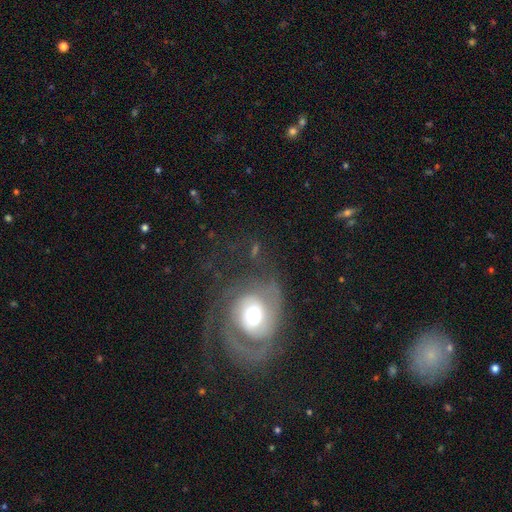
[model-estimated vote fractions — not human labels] This is clearly a featured or disk galaxy (80%). It is clearly not viewed edge-on (97%). Bar: likely no (64%). Spiral arm pattern: clearly yes (88%). Spiral arm count: possibly 2 (54%). Spiral winding: possibly tight (46%). Central bulge: likely moderate (64%). Merging: possibly none (55%).